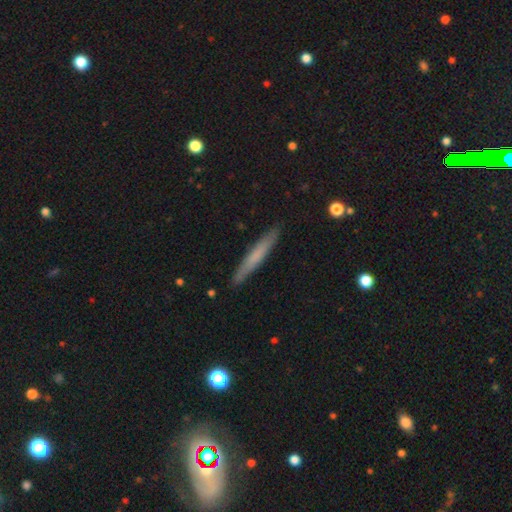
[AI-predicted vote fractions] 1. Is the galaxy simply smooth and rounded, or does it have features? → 60% smooth, 34% featured or disk, 6% star or artifact.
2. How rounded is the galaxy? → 96% cigar-shaped, 3% in between, 1% round.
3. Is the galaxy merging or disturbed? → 90% none, 8% minor disturbance, 1% major disturbance, 1% merger.